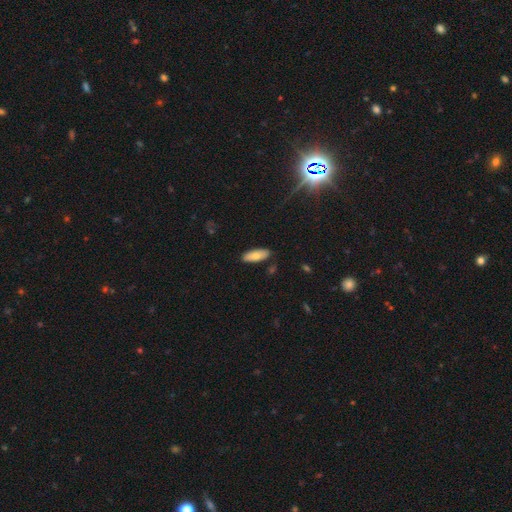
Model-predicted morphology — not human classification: smooth 74%, featured or disk 19%, star or artifact 7%. Down the decision tree: how rounded — in between (76%); merging — none (85%).